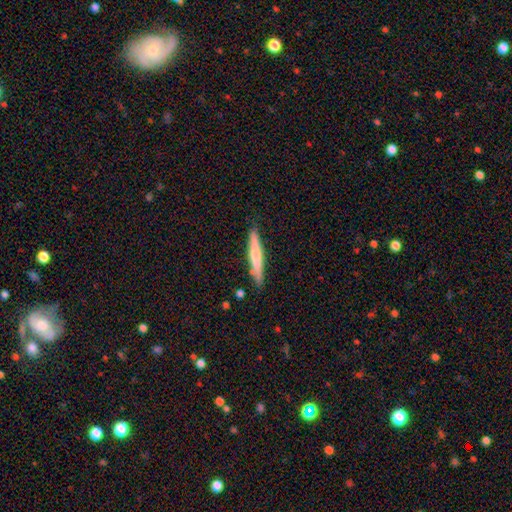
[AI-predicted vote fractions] smooth-or-featured: smooth: 59% | featured or disk: 35% | star or artifact: 5%
  how-rounded: cigar-shaped: 94% | in between: 4% | round: 1%
  merging: none: 85% | minor disturbance: 11% | merger: 2% | major disturbance: 2%